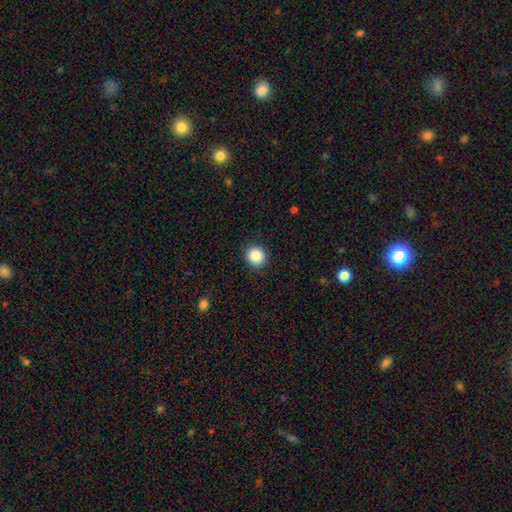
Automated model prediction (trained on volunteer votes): smooth 88%, star or artifact 9%, featured or disk 3%. Down the decision tree: how rounded — round (92%); merging — none (91%).